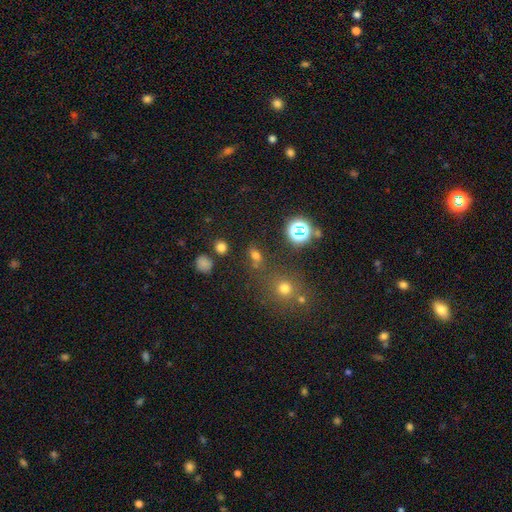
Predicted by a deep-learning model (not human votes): Morphology: type=smooth (66%); roundness=in between (56%); merging=none (66%).